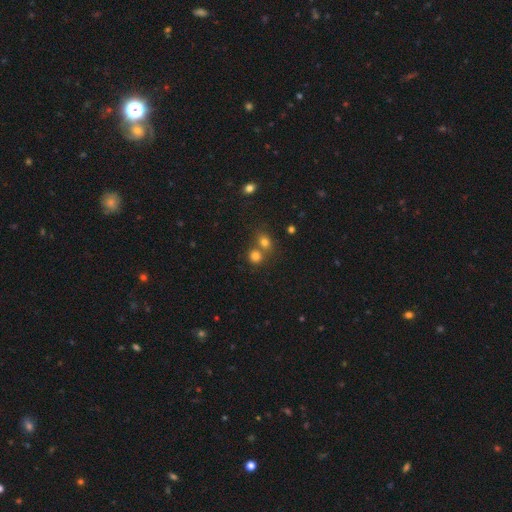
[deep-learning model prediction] A smooth galaxy with no disk features (77%) that is round (78%).

Vote fractions:
- Smooth or featured? smooth: 77% / star or artifact: 15% / featured or disk: 8%
- How rounded? round: 78% / in between: 21% / cigar-shaped: 1%
- Merging? none: 49% / merger: 40% / minor disturbance: 7% / major disturbance: 3%